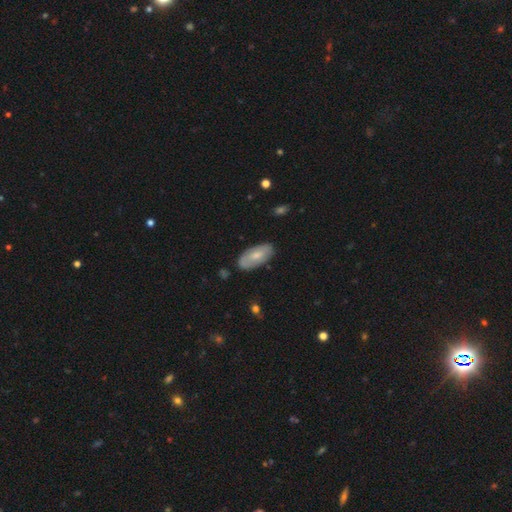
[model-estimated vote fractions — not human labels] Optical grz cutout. It shows a smooth galaxy with no disk features (63%) that is in between round and cigar-shaped (90%). Merging: none (81%).